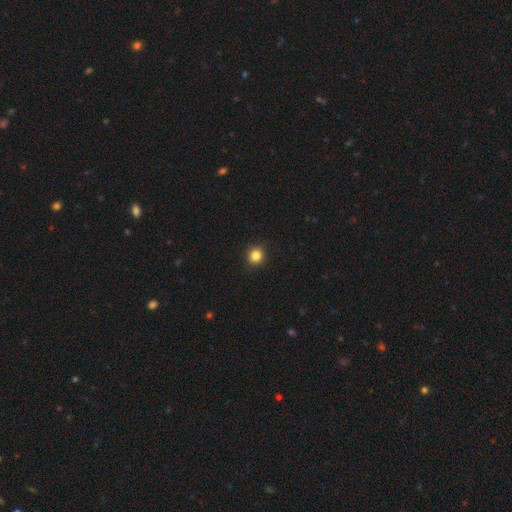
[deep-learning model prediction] A smooth galaxy with no disk features (84%) that is round (90%).

Vote fractions:
- Smooth or featured? smooth: 84% / star or artifact: 12% / featured or disk: 4%
- How rounded? round: 90% / in between: 9% / cigar-shaped: 1%
- Merging? none: 92% / minor disturbance: 6% / major disturbance: 2% / merger: 1%